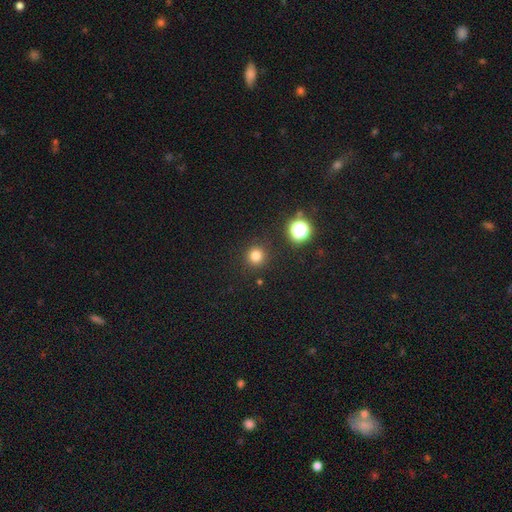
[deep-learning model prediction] Smooth or featured? smooth (79%)
How rounded? round (95%)
Merging? none (90%)